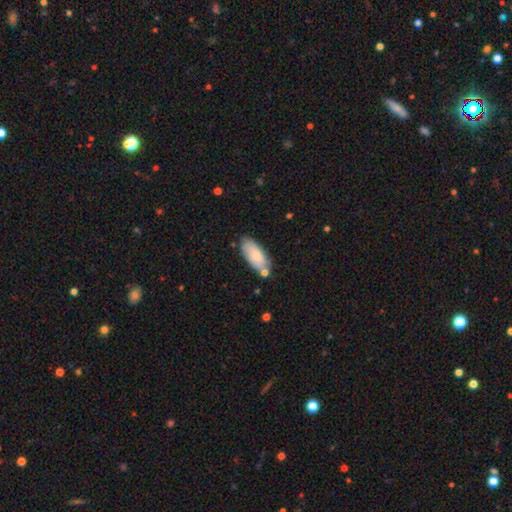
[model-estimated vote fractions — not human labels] Smooth or featured: smooth — 77% (featured or disk — 17%)
How rounded: in between — 86% (cigar-shaped — 12%)
Merging: none — 69% (minor disturbance — 18%)